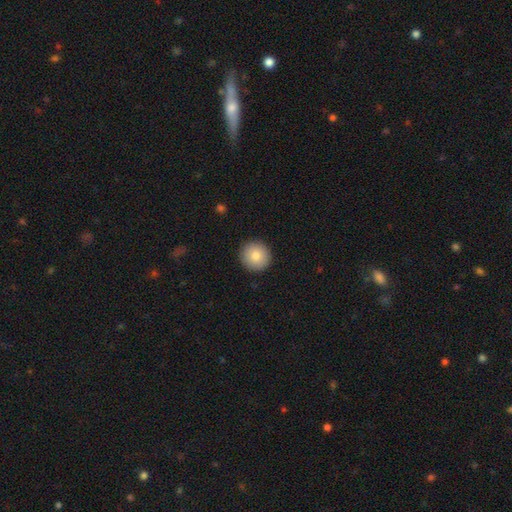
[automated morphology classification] This is clearly a smooth galaxy (81%). How rounded: clearly round (95%). Merging: clearly none (92%).